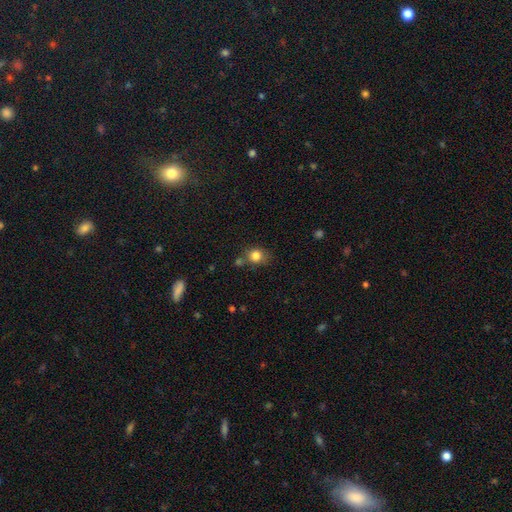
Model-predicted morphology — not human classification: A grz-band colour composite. It shows a smooth galaxy with no disk features (82%) that is round (70%). Merging: none (62%).